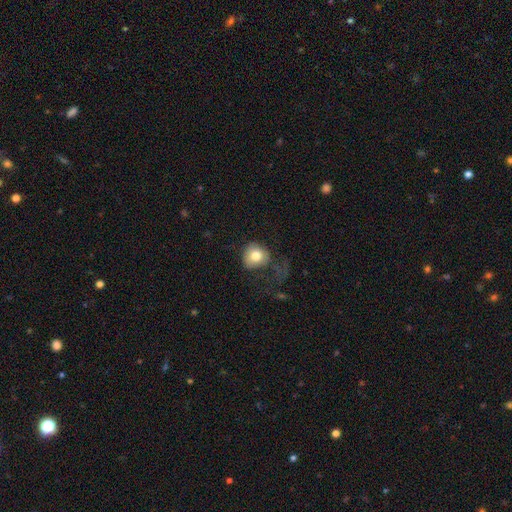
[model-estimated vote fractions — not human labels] smooth_or_featured: smooth (p=0.79) [alt: featured or disk p=0.12]
how_rounded: round (p=0.78) [alt: in between p=0.21]
merging: none (p=0.39) [alt: major disturbance p=0.36]